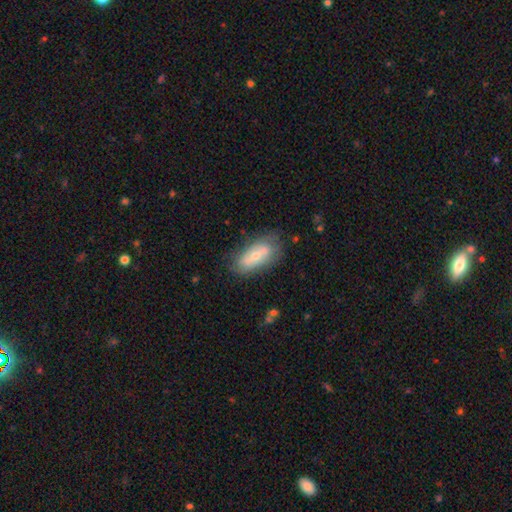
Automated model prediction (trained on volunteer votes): The model was most divided on "smooth or featured": smooth: 49%, featured or disk: 45%, star or artifact: 7%. More confident: merging — none (70%).